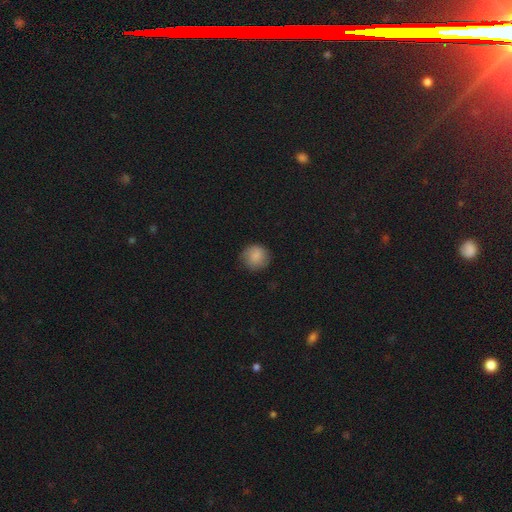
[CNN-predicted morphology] Smooth or featured?
  - smooth: 84% *
  - featured or disk: 8%
  - star or artifact: 8%
How rounded?
  - round: 90% *
  - in between: 9%
  - cigar-shaped: 1%
Merging?
  - none: 83% *
  - minor disturbance: 13%
  - major disturbance: 3%
  - merger: 1%